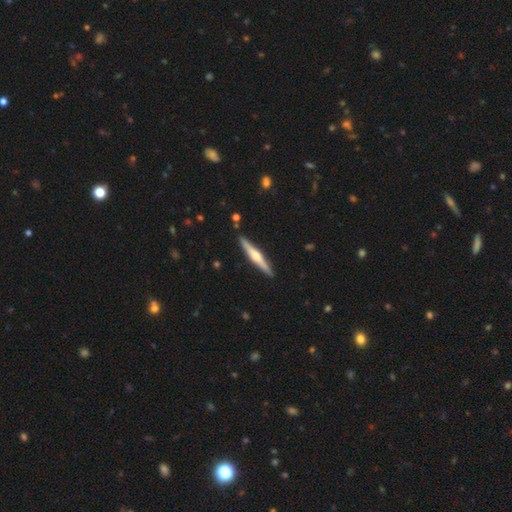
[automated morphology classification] Smooth or featured? featured or disk (66%)
Edge-on disk? yes (98%)
Edge-on bulge? rounded (87%)
Merging? none (90%)